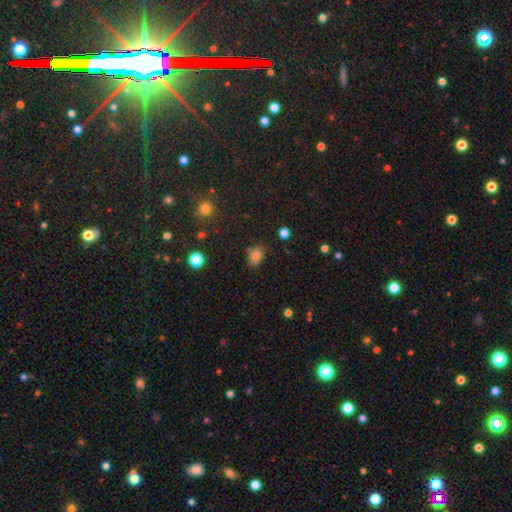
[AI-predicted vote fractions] Smooth or featured? smooth (78%)
How rounded? in between (65%)
Merging? none (73%)